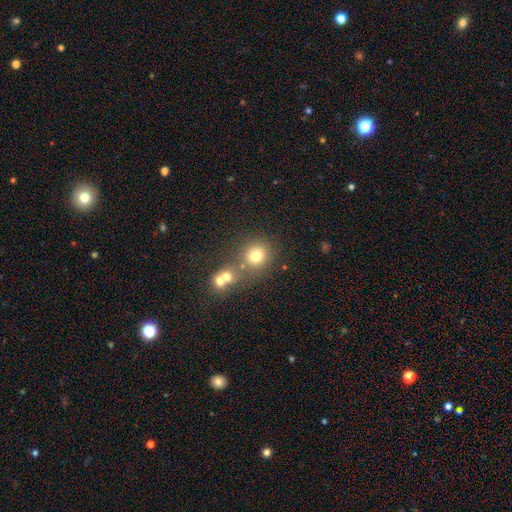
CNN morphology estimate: smooth-or-featured: smooth: 73% | star or artifact: 16% | featured or disk: 11%
  how-rounded: round: 87% | in between: 12% | cigar-shaped: 1%
  merging: none: 61% | merger: 25% | minor disturbance: 9% | major disturbance: 5%